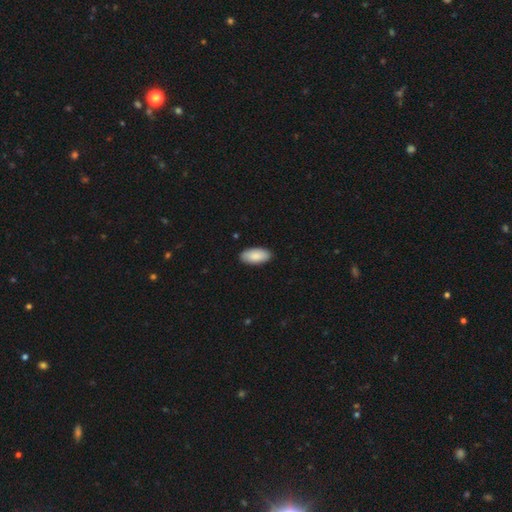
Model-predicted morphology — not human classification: smooth 89%, featured or disk 5%, star or artifact 5%. Down the decision tree: how rounded — in between (93%); merging — none (90%).